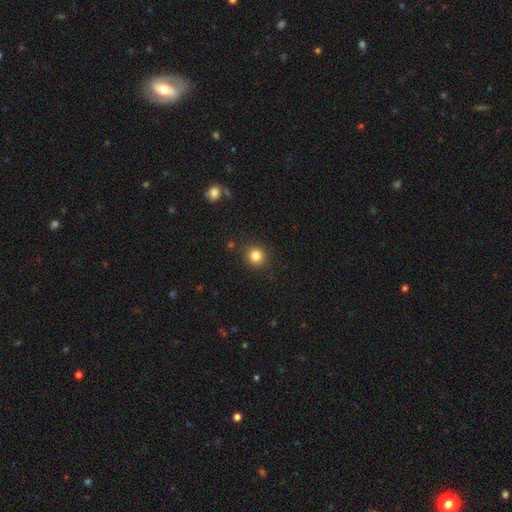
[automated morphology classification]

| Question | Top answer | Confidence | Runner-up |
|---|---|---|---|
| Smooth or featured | smooth | 84% | star or artifact (11%) |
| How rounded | round | 89% | in between (10%) |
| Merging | none | 87% | minor disturbance (8%) |